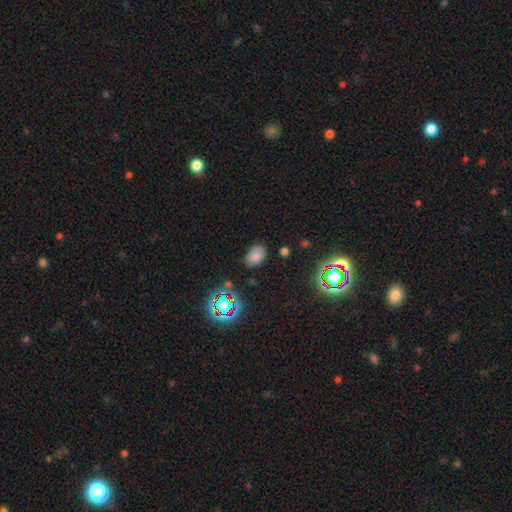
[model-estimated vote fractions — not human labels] The model was most divided on "smooth or featured": smooth: 72%, star or artifact: 19%, featured or disk: 9%. More confident: how rounded — in between (86%); merging — none (73%).